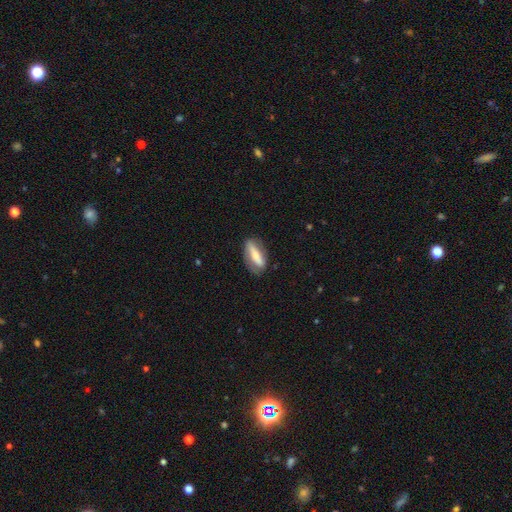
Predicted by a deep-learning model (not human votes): A smooth galaxy with no disk features (47%).

Vote fractions:
- Smooth or featured? smooth: 47% / featured or disk: 46% / star or artifact: 6%
- Merging? none: 75% / minor disturbance: 18% / major disturbance: 6% / merger: 1%